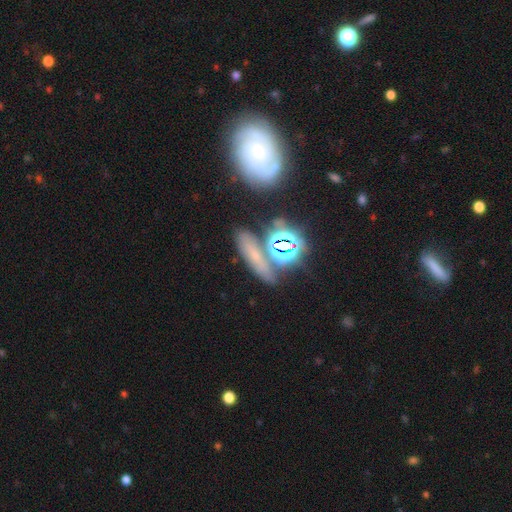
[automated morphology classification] The model was most divided on "smooth or featured": smooth: 40%, star or artifact: 34%, featured or disk: 26%. More confident: merging — none (73%).